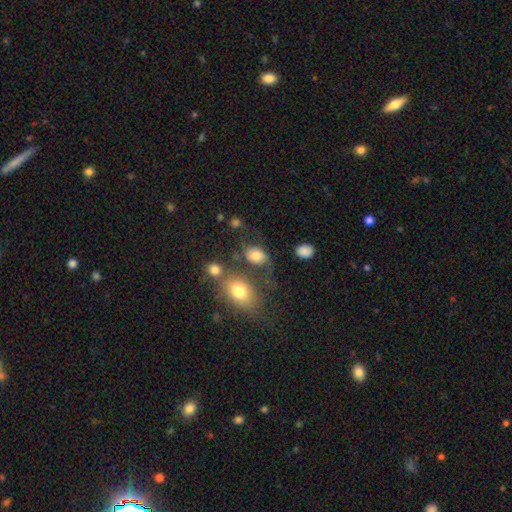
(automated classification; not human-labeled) smooth_or_featured: smooth (p=0.72) [alt: featured or disk p=0.17]
how_rounded: in between (p=0.74) [alt: round p=0.24]
merging: none (p=0.46) [alt: minor disturbance p=0.22]